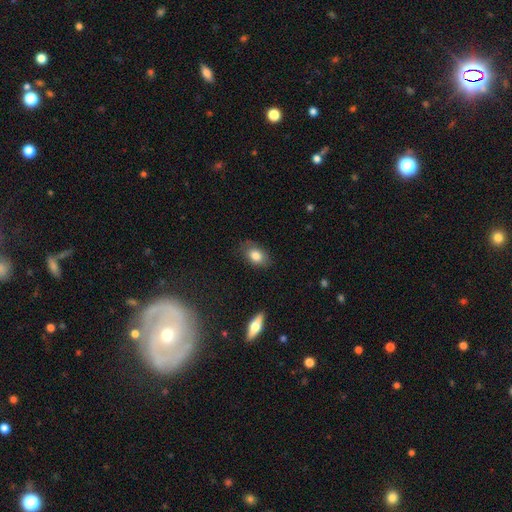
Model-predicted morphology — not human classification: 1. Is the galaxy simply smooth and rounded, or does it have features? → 81% smooth, 11% featured or disk, 8% star or artifact.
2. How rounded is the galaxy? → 84% in between, 14% round, 2% cigar-shaped.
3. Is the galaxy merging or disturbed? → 76% none, 19% minor disturbance, 4% major disturbance, 1% merger.